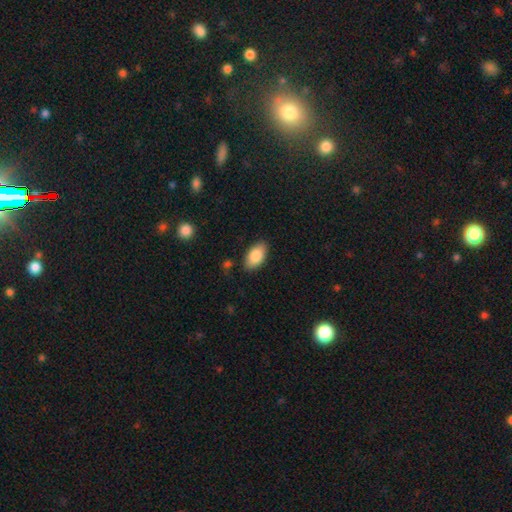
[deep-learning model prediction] Q: Smooth or featured?
A: smooth (85%); runner-up: featured or disk (8%)
Q: How rounded?
A: in between (94%); runner-up: round (4%)
Q: Merging?
A: none (85%); runner-up: minor disturbance (11%)